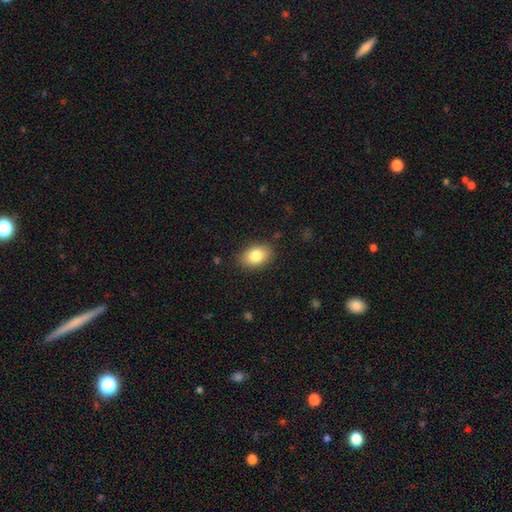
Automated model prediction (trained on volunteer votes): This appears to be a smooth galaxy with no disk features (83%) that is in between round and cigar-shaped (83%). Merging: none (86%).